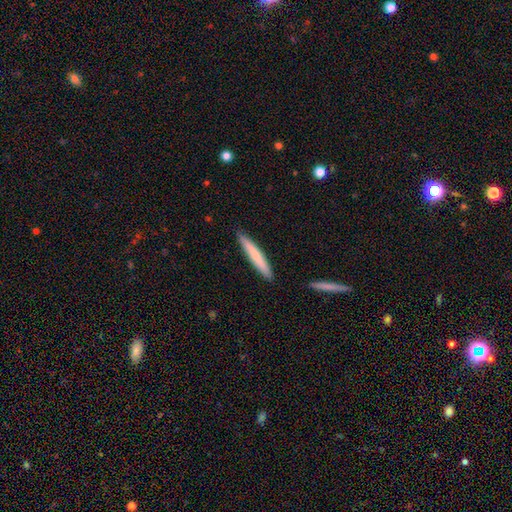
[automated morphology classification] Smooth or featured? smooth (69%)
How rounded? cigar-shaped (95%)
Merging? none (89%)